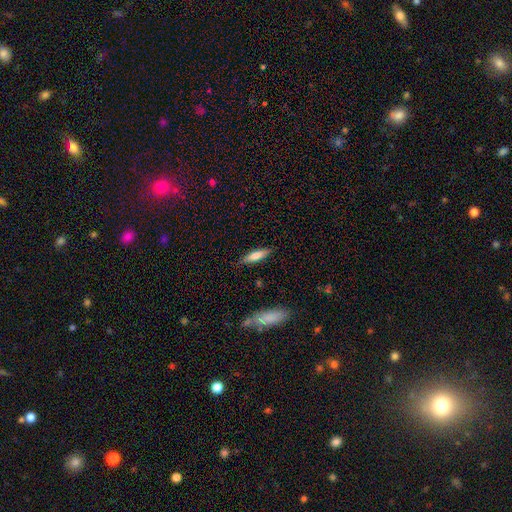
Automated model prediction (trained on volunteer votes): smooth 72%, featured or disk 22%, star or artifact 6%. Down the decision tree: how rounded — cigar-shaped (68%); merging — none (83%).